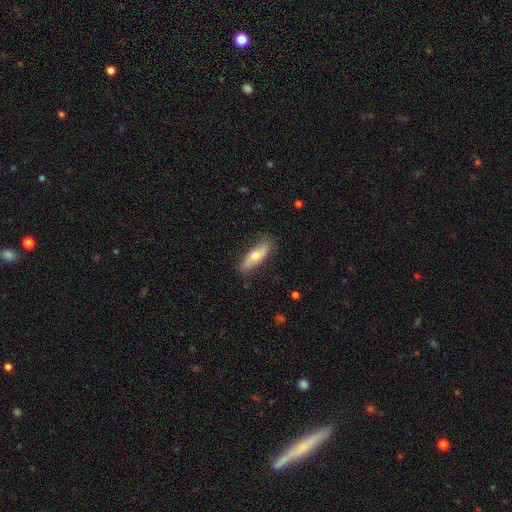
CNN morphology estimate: Smooth or featured? smooth (54%)
How rounded? in between (56%)
Merging? none (81%)